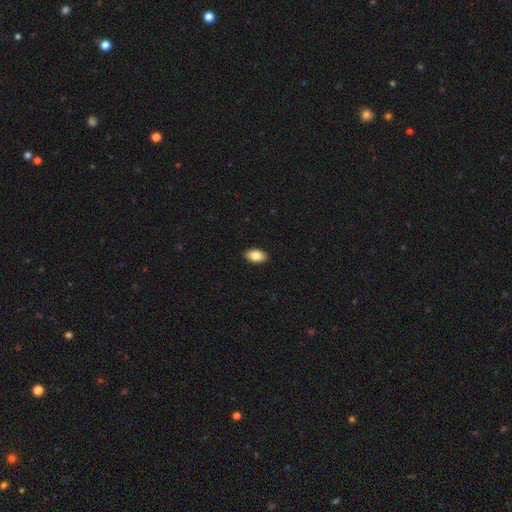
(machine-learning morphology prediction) Smooth or featured? smooth (83%)
How rounded? in between (94%)
Merging? none (91%)